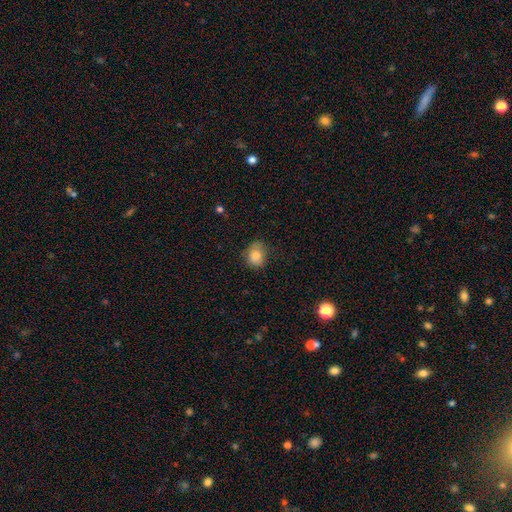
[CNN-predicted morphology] Smooth or featured?
  - smooth: 81% *
  - featured or disk: 10%
  - star or artifact: 10%
How rounded?
  - round: 58% *
  - in between: 41%
  - cigar-shaped: 1%
Merging?
  - none: 68% *
  - minor disturbance: 25%
  - major disturbance: 6%
  - merger: 1%